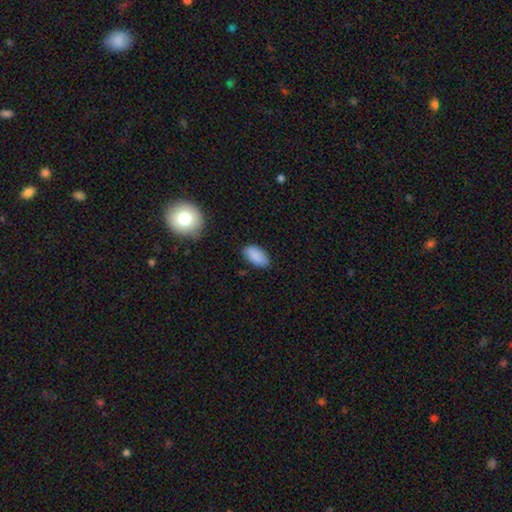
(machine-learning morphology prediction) smooth 88%, star or artifact 7%, featured or disk 5%. Down the decision tree: how rounded — in between (94%); merging — none (84%).